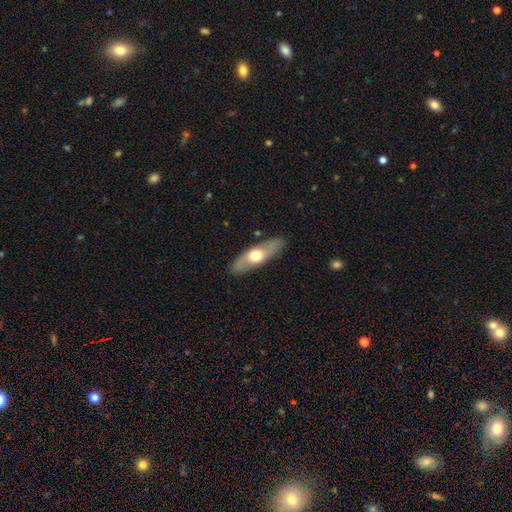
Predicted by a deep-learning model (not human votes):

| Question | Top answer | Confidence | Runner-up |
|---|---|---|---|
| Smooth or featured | smooth | 50% | featured or disk (45%) |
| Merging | none | 87% | minor disturbance (10%) |